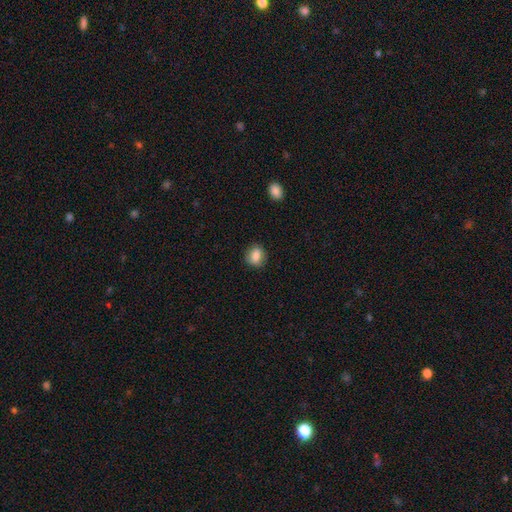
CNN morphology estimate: Q: Smooth or featured?
A: smooth (83%); runner-up: star or artifact (9%)
Q: How rounded?
A: round (53%); runner-up: in between (45%)
Q: Merging?
A: none (83%); runner-up: minor disturbance (12%)